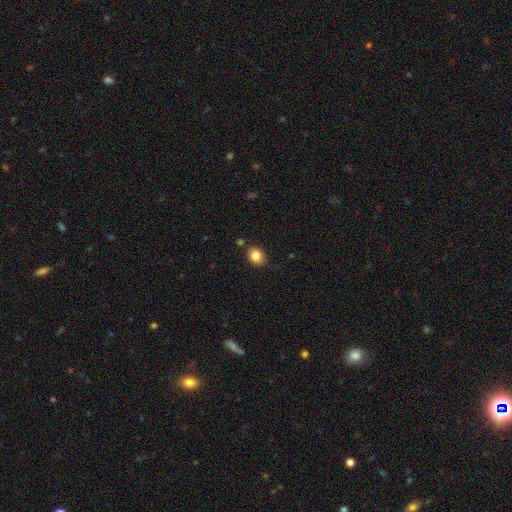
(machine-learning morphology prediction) smooth_or_featured: smooth (p=0.84) [alt: star or artifact p=0.09]
how_rounded: in between (p=0.55) [alt: round p=0.44]
merging: none (p=0.82) [alt: minor disturbance p=0.11]